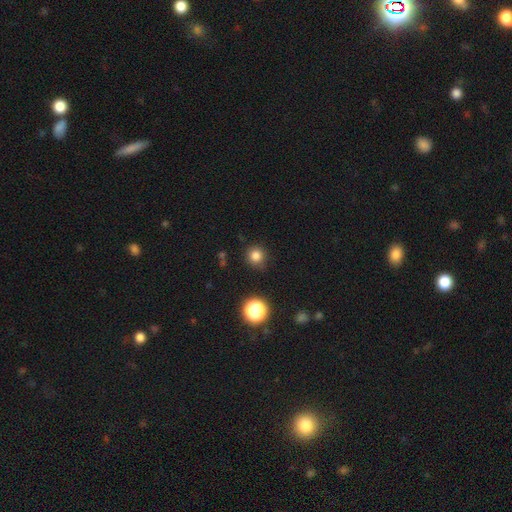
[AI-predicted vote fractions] smooth 80%, star or artifact 15%, featured or disk 5%. Down the decision tree: how rounded — round (93%); merging — none (85%).